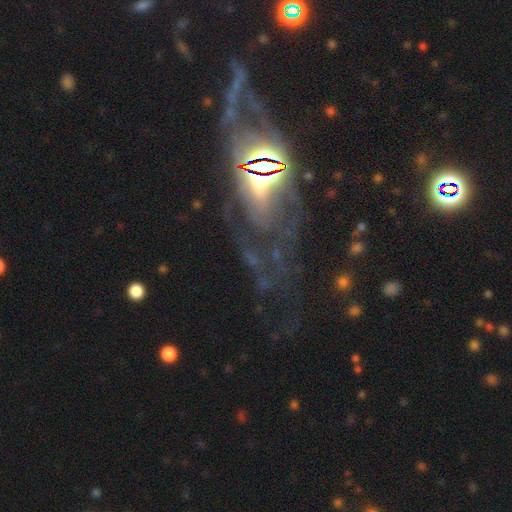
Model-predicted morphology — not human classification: smooth-or-featured: featured or disk: 61% | star or artifact: 27% | smooth: 12%
  disk-edge-on: no: 82% | yes: 18%
    bar: no: 53% | weak: 29% | strong: 18%
    has-spiral-arms: yes: 66% | no: 34%
    bulge-size: moderate: 40% | small: 33% | large: 12% | none: 12% | dominant: 4%
  merging: none: 58% | major disturbance: 21% | minor disturbance: 15% | merger: 5%